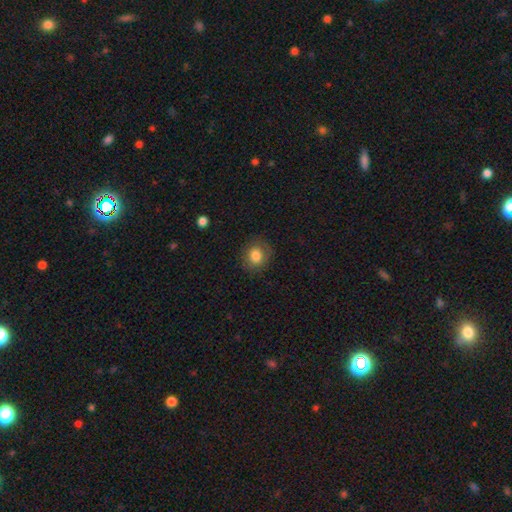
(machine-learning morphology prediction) The model was most divided on "how rounded": round: 71%, in between: 28%, cigar-shaped: 1%. More confident: merging — none (82%); smooth or featured — smooth (81%).